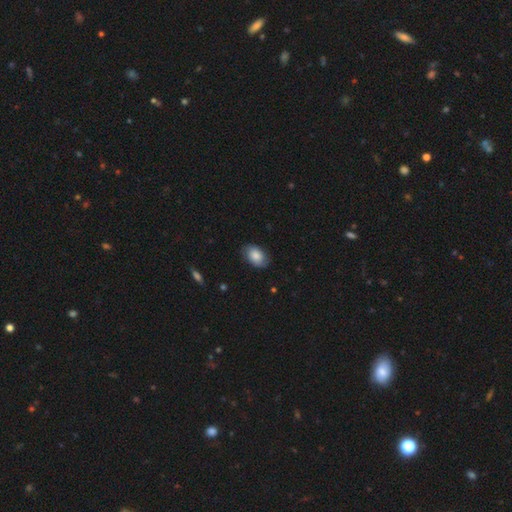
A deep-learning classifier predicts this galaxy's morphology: Smooth or featured?
  - smooth: 73% *
  - featured or disk: 20%
  - star or artifact: 7%
How rounded?
  - in between: 85% *
  - round: 13%
  - cigar-shaped: 1%
Merging?
  - none: 79% *
  - minor disturbance: 16%
  - major disturbance: 4%
  - merger: 1%